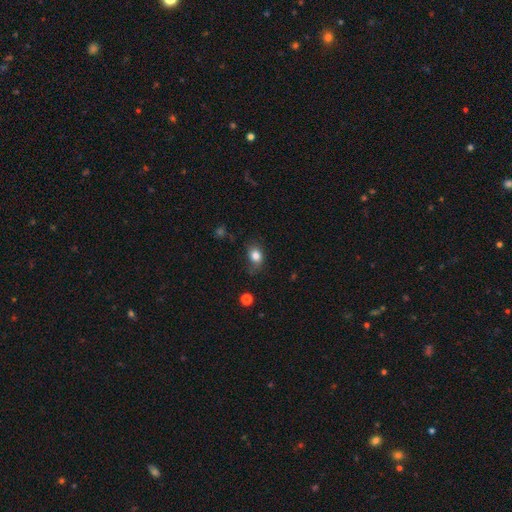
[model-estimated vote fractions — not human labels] smooth-or-featured: smooth: 82% | star or artifact: 10% | featured or disk: 8%
  how-rounded: in between: 61% | round: 38% | cigar-shaped: 1%
  merging: none: 65% | minor disturbance: 26% | major disturbance: 8% | merger: 2%